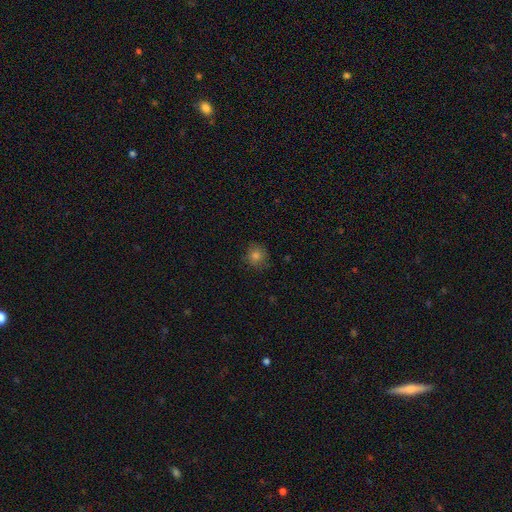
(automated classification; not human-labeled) Overall: smooth (78%). How rounded: round (88%). Merging: none (84%).